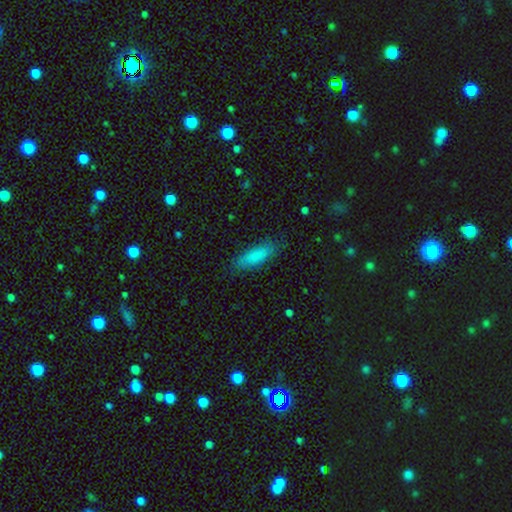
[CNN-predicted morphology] smooth_or_featured: smooth (p=0.85) [alt: featured or disk p=0.08]
how_rounded: cigar-shaped (p=0.52) [alt: in between p=0.46]
merging: none (p=0.83) [alt: minor disturbance p=0.13]